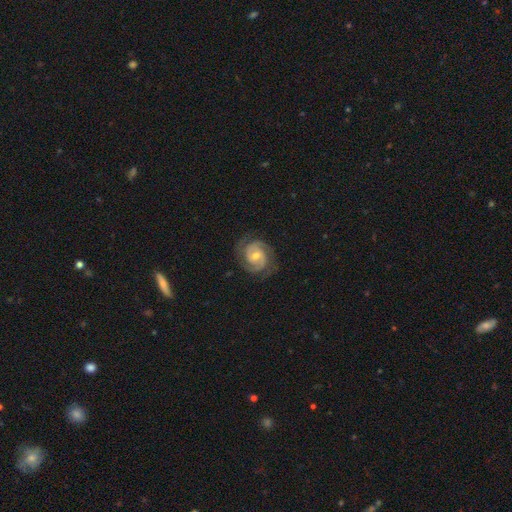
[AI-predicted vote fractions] featured or disk 88%, smooth 7%, star or artifact 5%. Down the decision tree: edge-on disk — no (98%); bar — no (50%); spiral arms — yes (97%); spiral arm count — 2 (78%); spiral winding — tight (59%); bulge size — moderate (60%); merging — none (79%).